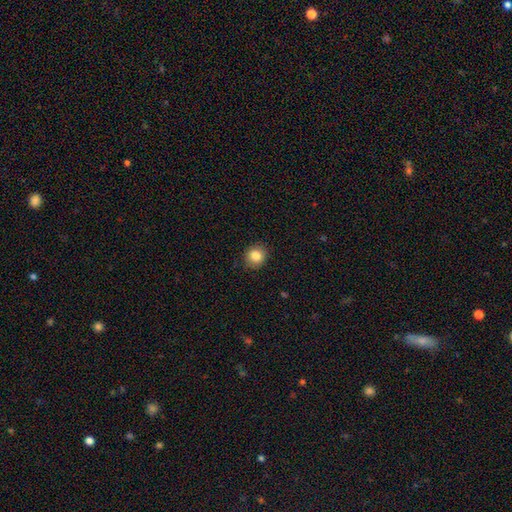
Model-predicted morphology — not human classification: smooth 84%, star or artifact 10%, featured or disk 6%. Down the decision tree: how rounded — round (82%); merging — none (88%).